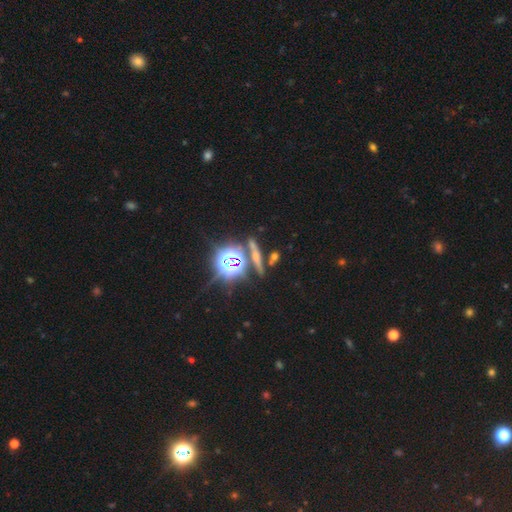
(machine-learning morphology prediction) Smooth or featured? Predicted: star or artifact (p=0.39).